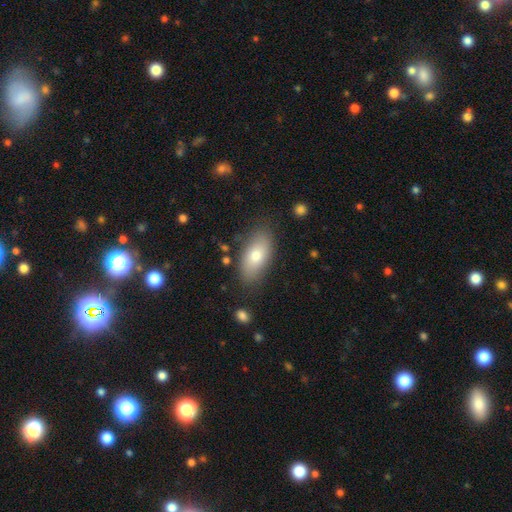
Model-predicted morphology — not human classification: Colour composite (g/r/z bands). It shows a smooth galaxy with no disk features (74%) that is in between round and cigar-shaped (89%). Merging: none (81%).